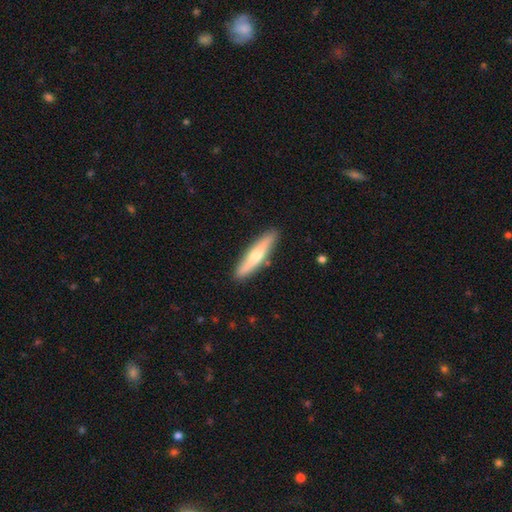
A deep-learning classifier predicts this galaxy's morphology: type=smooth (49%); merging=none (89%).